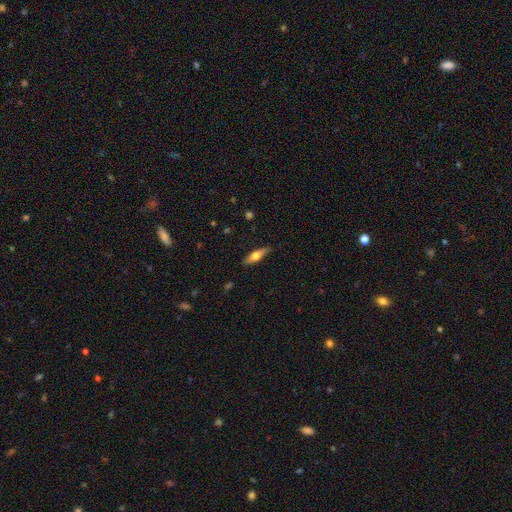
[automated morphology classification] A smooth galaxy with no disk features (52%) that is cigar-shaped (60%). Merging: none (84%).